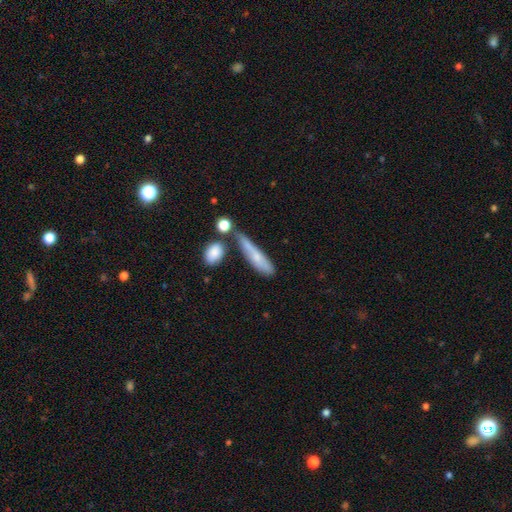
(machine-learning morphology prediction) This appears to be a smooth galaxy with no disk features (65%) that is cigar-shaped (74%). Merging: none (50%).